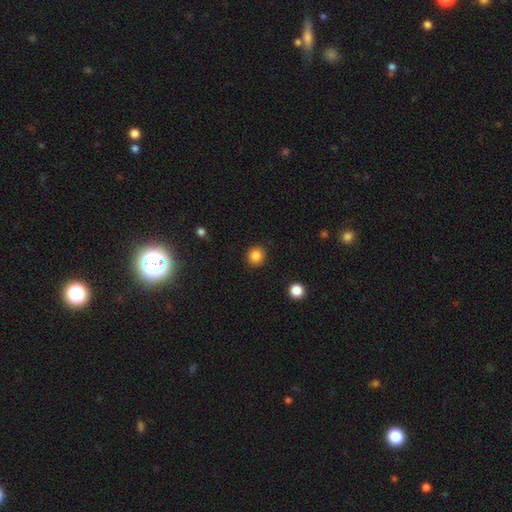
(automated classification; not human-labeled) Smooth or featured? Predicted: smooth (p=0.86). How rounded? Predicted: round (p=0.83). Merging? Predicted: none (p=0.90).